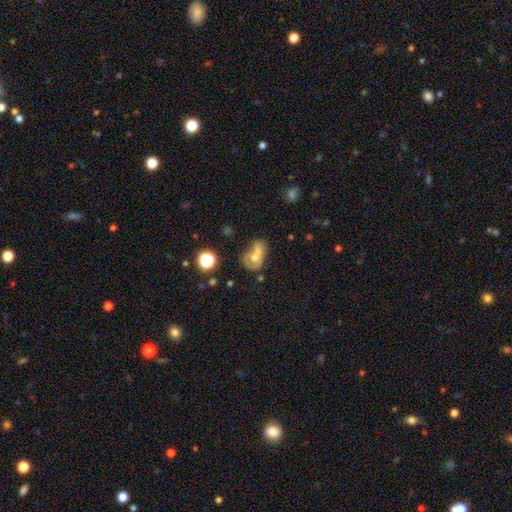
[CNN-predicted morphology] A smooth galaxy with no disk features (53%) that is in between round and cigar-shaped (64%).

Vote fractions:
- Smooth or featured? smooth: 53% / featured or disk: 35% / star or artifact: 12%
- How rounded? in between: 64% / round: 35% / cigar-shaped: 2%
- Merging? merger: 58% / none: 18% / major disturbance: 12% / minor disturbance: 12%